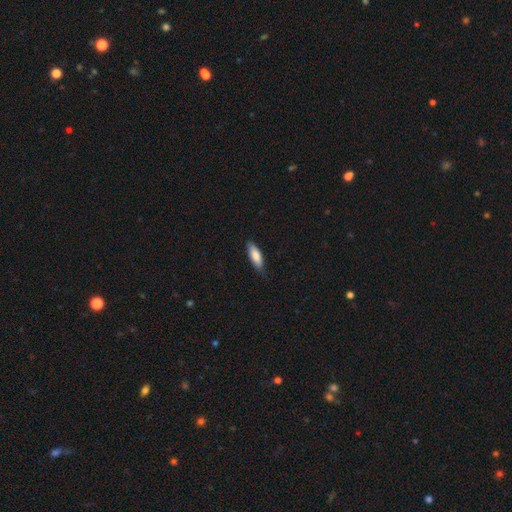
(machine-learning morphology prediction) Smooth or featured?
  - smooth: 82% *
  - featured or disk: 13%
  - star or artifact: 5%
How rounded?
  - in between: 60% *
  - cigar-shaped: 39%
  - round: 2%
Merging?
  - none: 77% *
  - minor disturbance: 20%
  - major disturbance: 3%
  - merger: 1%